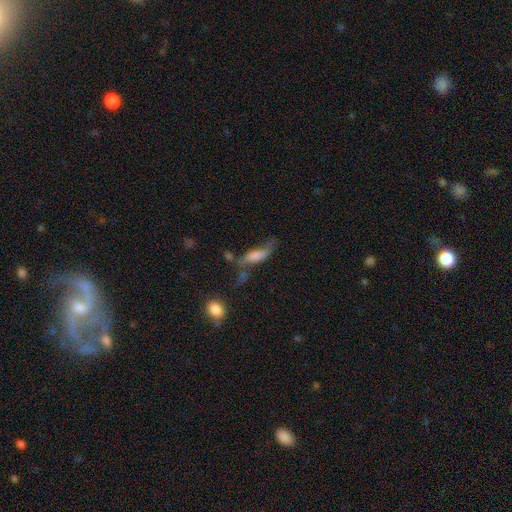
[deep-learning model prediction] Smooth or featured? Predicted: smooth (p=0.61). How rounded? Predicted: in between (p=0.60). Merging? Predicted: none (p=0.32).